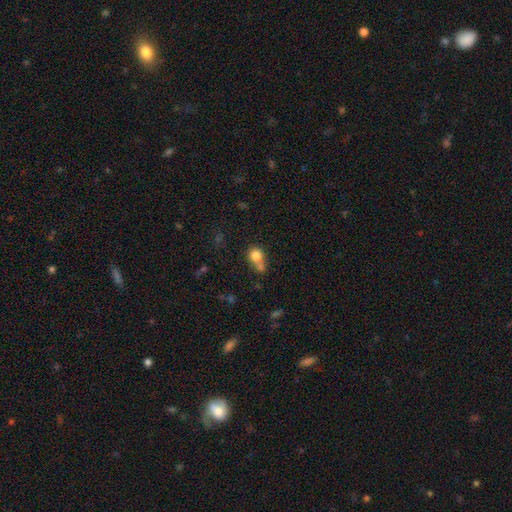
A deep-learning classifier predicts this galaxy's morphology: smooth-or-featured: smooth: 79% | star or artifact: 11% | featured or disk: 10%
  how-rounded: round: 77% | in between: 21% | cigar-shaped: 1%
  merging: merger: 46% | none: 37% | minor disturbance: 11% | major disturbance: 5%